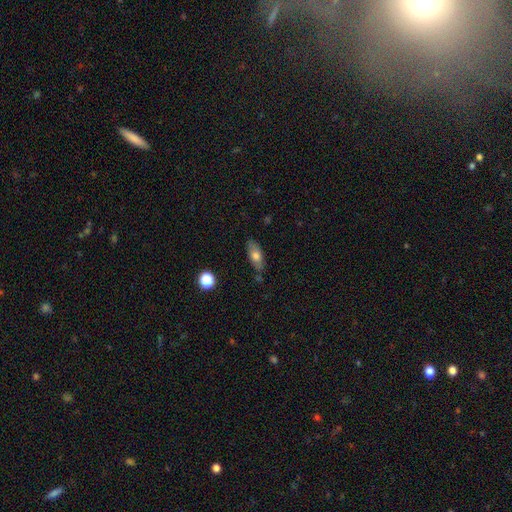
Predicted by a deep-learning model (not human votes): A smooth galaxy with no disk features (69%) that is in between round and cigar-shaped (77%).

Vote fractions:
- Smooth or featured? smooth: 69% / featured or disk: 23% / star or artifact: 8%
- How rounded? in between: 77% / cigar-shaped: 18% / round: 5%
- Merging? none: 75% / minor disturbance: 17% / merger: 4% / major disturbance: 4%